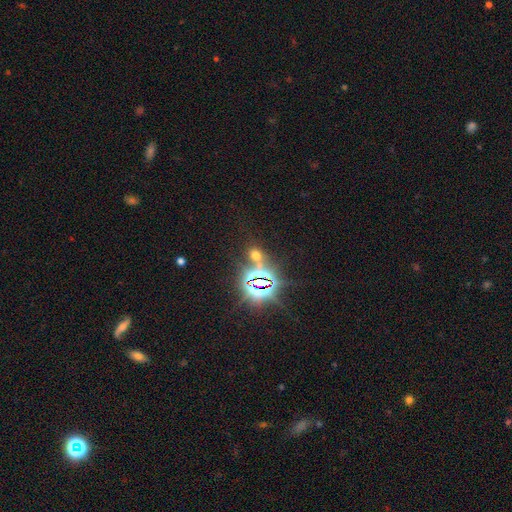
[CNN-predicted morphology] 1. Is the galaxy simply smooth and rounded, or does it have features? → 57% star or artifact, 35% smooth, 7% featured or disk.